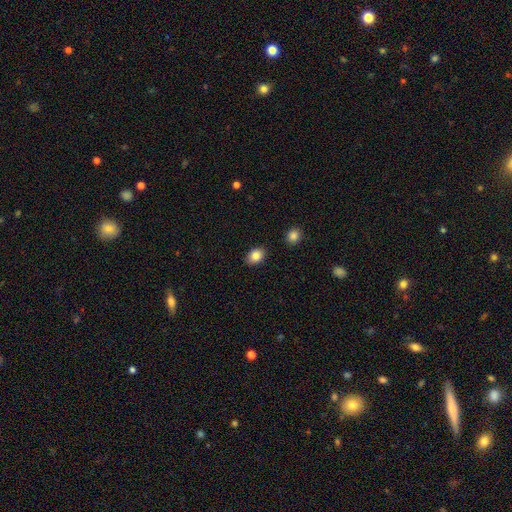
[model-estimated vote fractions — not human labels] Morphology: type=smooth (86%); roundness=in between (72%); merging=none (87%).